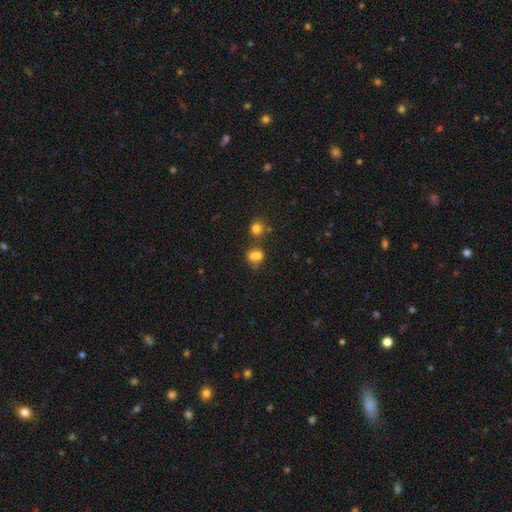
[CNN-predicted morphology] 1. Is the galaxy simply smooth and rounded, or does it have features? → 72% smooth, 15% star or artifact, 13% featured or disk.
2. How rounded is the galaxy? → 61% round, 38% in between, 1% cigar-shaped.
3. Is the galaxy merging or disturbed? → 43% merger, 39% none, 12% minor disturbance, 6% major disturbance.